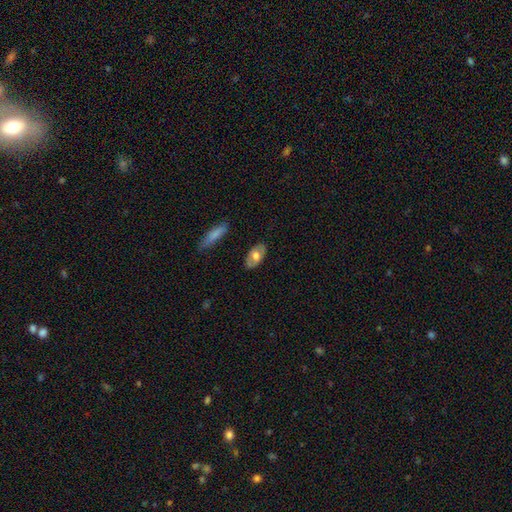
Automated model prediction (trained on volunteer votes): Smooth or featured? smooth (58%)
How rounded? in between (92%)
Merging? none (83%)